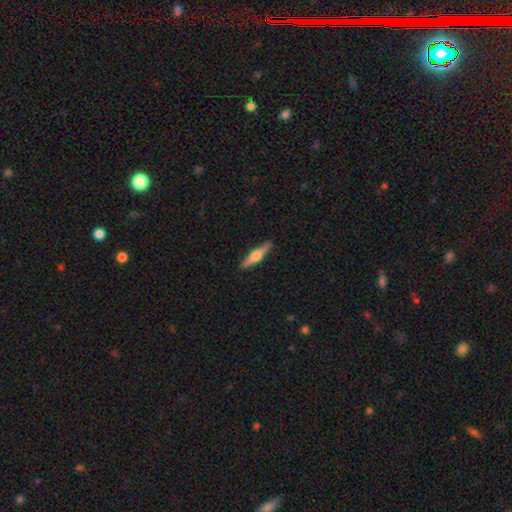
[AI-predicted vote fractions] Overall: featured or disk (62%; smooth 33%). Edge-on disk: yes (97%). Edge-on bulge: rounded (88%). Merging: none (89%).